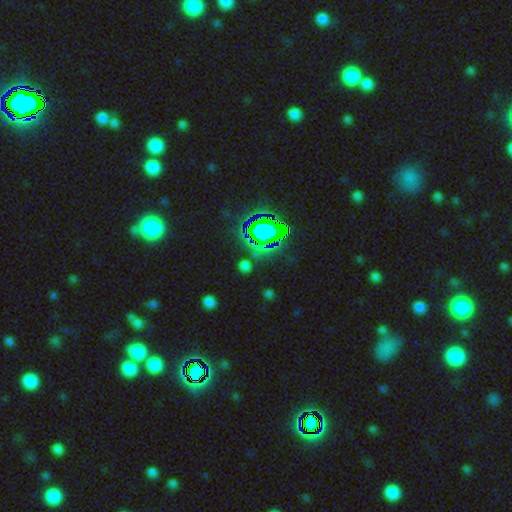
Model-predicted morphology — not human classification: type=star or artifact (76%).